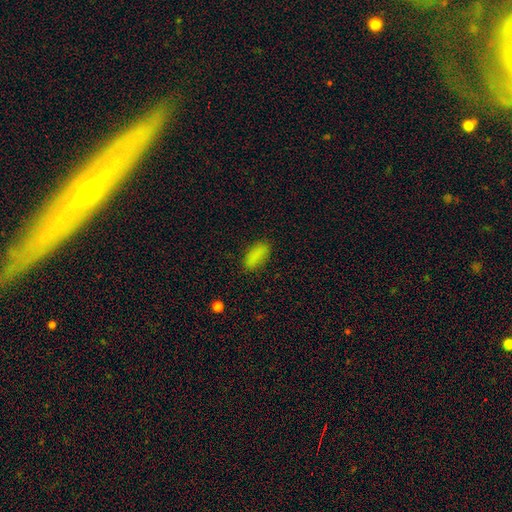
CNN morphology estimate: type=smooth (85%); roundness=in between (80%); merging=none (82%).